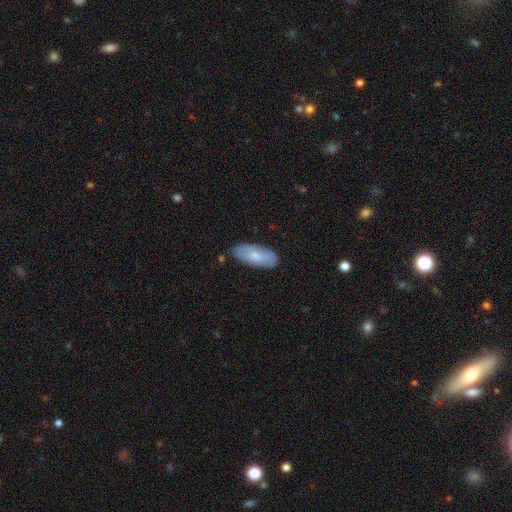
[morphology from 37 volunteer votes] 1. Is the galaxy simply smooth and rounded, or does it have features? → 78% smooth, 16% featured or disk, 5% star or artifact.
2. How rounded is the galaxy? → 90% in between, 10% cigar-shaped, 0% round.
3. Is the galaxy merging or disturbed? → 86% none, 9% minor disturbance, 3% major disturbance, 3% merger.